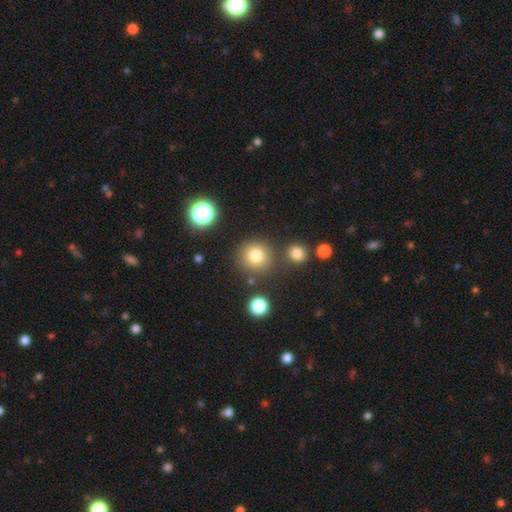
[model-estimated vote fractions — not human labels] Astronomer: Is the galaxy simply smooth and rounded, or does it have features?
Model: smooth — 80%.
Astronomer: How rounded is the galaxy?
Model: round — 93%.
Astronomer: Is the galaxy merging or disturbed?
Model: none — 80%.